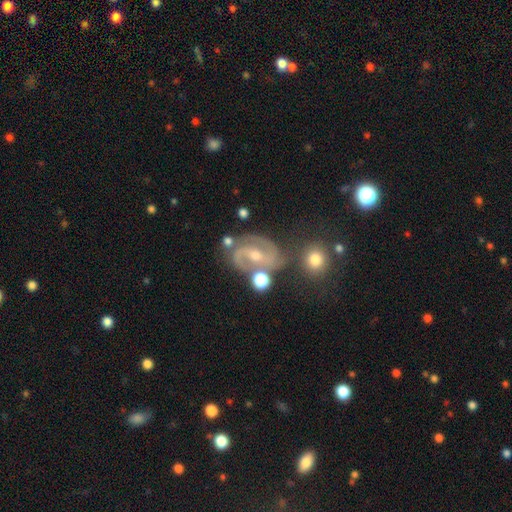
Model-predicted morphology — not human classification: A featured or disk galaxy (87%) with a weak bar (42%), 2 (86%) medium (55%) spiral arms (97%) and a moderate central bulge (49%).

Vote fractions:
- Smooth or featured? featured or disk: 87% / star or artifact: 7% / smooth: 6%
- Edge-on disk? no: 97% / yes: 3%
- Bar? weak: 42% / strong: 32% / no: 26%
- Spiral arms? yes: 97% / no: 3%
- Spiral winding? medium: 55% / tight: 30% / loose: 14%
- Spiral arm count? 2: 86% / 3: 5% / can't tell: 4% / 1: 2% / 4: 1% / more than 4: 1%
- Bulge size? moderate: 49% / small: 47% / large: 2% / none: 2% / dominant: 1%
- Merging? none: 65% / minor disturbance: 18% / merger: 10% / major disturbance: 7%